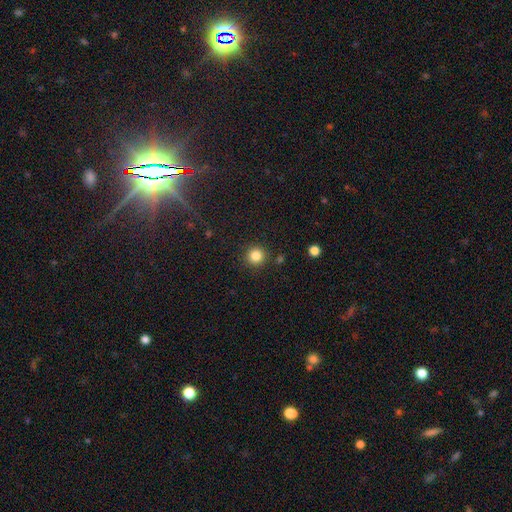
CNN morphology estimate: Smooth or featured? smooth (84%)
How rounded? round (94%)
Merging? none (90%)